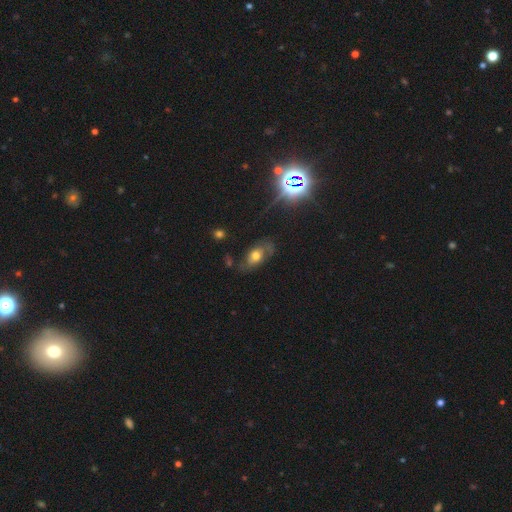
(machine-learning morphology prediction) Overall: smooth (45%; featured or disk 40%). Merging: none (54%; minor disturbance 26%).